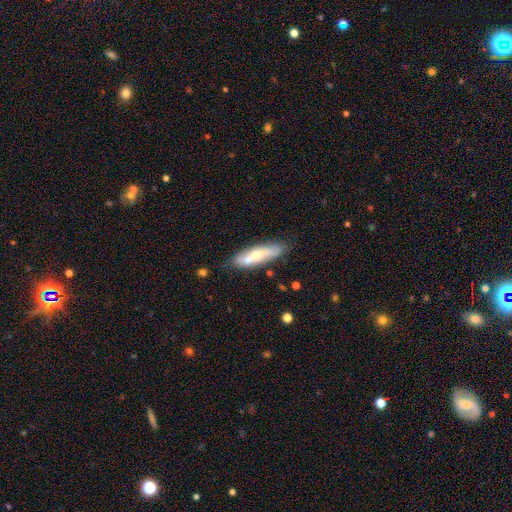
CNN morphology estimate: A smooth galaxy with no disk features (51%) that is cigar-shaped (62%). Merging: none (70%).